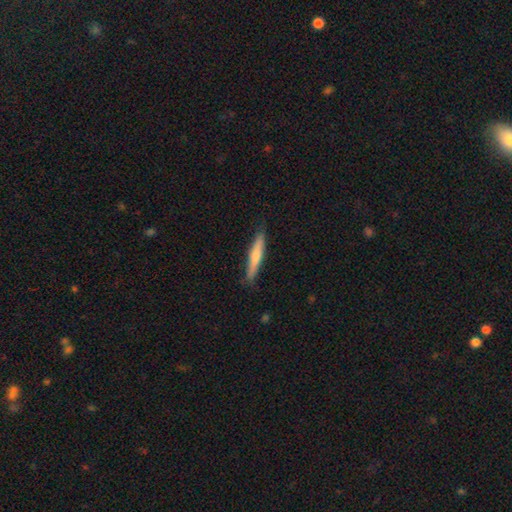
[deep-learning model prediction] smooth_or_featured: smooth (p=0.65) [alt: featured or disk p=0.30]
how_rounded: cigar-shaped (p=0.91) [alt: in between p=0.07]
merging: none (p=0.84) [alt: minor disturbance p=0.13]